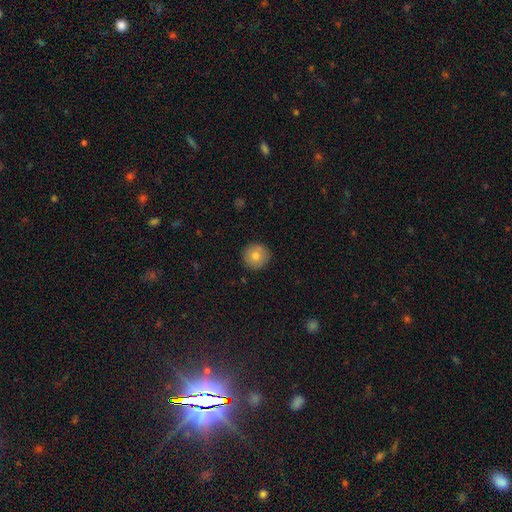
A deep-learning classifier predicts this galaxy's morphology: Q: Smooth or featured?
A: smooth (79%); runner-up: featured or disk (12%)
Q: How rounded?
A: round (95%); runner-up: in between (4%)
Q: Merging?
A: none (90%); runner-up: minor disturbance (7%)